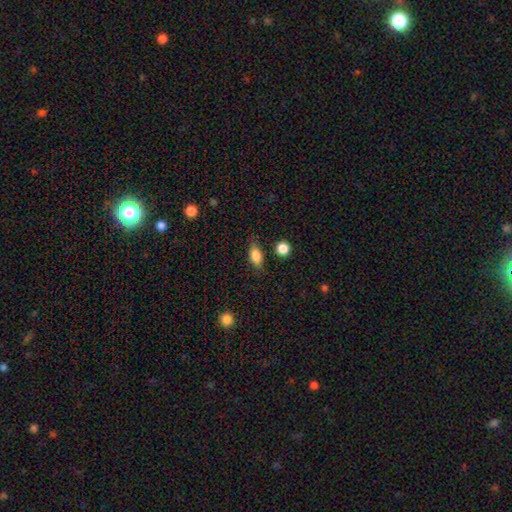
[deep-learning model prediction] Morphology: type=smooth (80%); roundness=in between (76%); merging=none (75%).